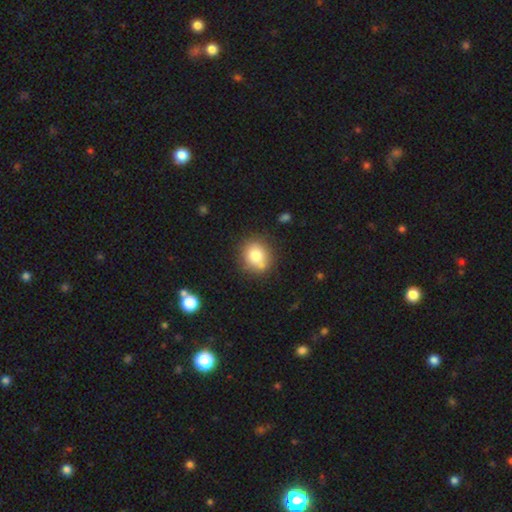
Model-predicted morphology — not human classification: Smooth or featured? smooth (78%)
How rounded? round (78%)
Merging? none (70%)